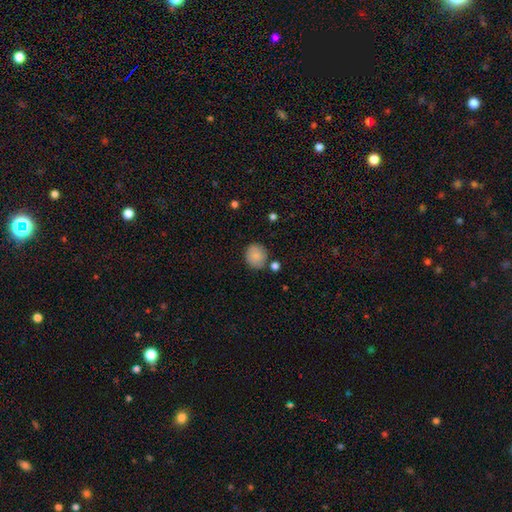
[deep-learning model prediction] A smooth galaxy with no disk features (87%) that is round (80%).

Vote fractions:
- Smooth or featured? smooth: 87% / star or artifact: 8% / featured or disk: 5%
- How rounded? round: 80% / in between: 19% / cigar-shaped: 1%
- Merging? none: 80% / minor disturbance: 11% / merger: 5% / major disturbance: 3%